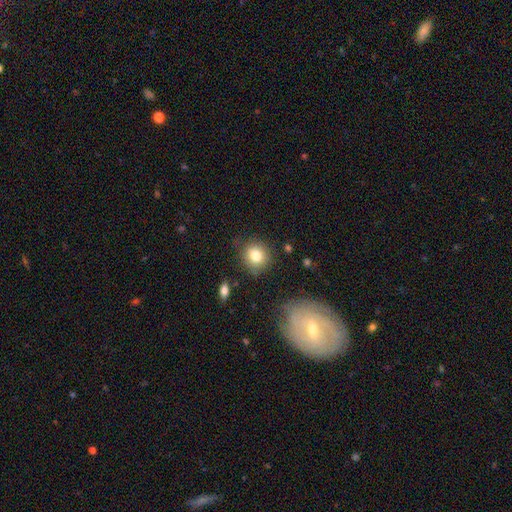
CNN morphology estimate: smooth_or_featured: smooth (p=0.81) [alt: star or artifact p=0.10]
how_rounded: round (p=0.81) [alt: in between p=0.18]
merging: none (p=0.78) [alt: minor disturbance p=0.16]